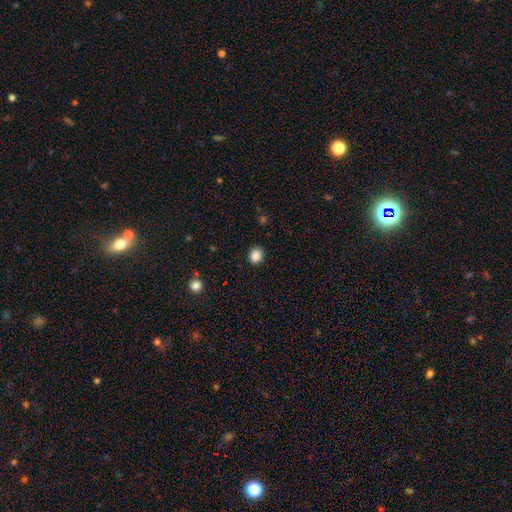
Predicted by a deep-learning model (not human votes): Overall: smooth (87%). How rounded: round (63%; in between 36%). Merging: none (89%).